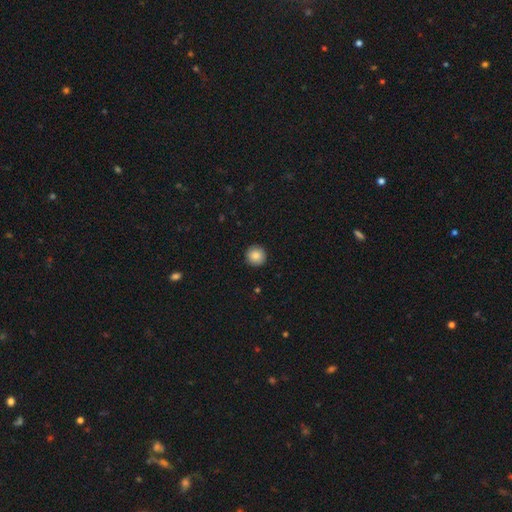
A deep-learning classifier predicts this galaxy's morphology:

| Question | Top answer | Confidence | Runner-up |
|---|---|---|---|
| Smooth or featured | smooth | 88% | star or artifact (8%) |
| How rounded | round | 94% | in between (5%) |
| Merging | none | 92% | minor disturbance (6%) |